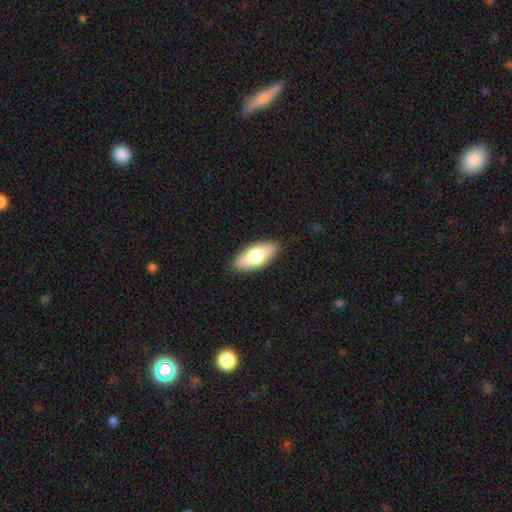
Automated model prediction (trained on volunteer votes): This appears to be a smooth galaxy with no disk features (74%) that is in between round and cigar-shaped (87%). Merging: none (88%).